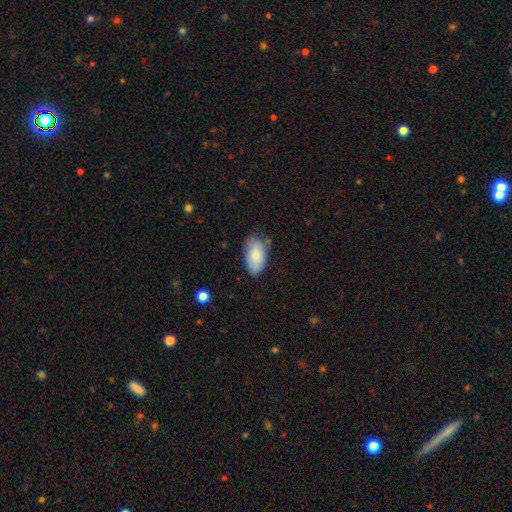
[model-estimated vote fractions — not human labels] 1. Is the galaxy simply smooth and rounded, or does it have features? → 82% smooth, 12% featured or disk, 6% star or artifact.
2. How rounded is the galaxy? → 94% in between, 3% round, 2% cigar-shaped.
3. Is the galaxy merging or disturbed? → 69% none, 24% minor disturbance, 5% major disturbance, 2% merger.